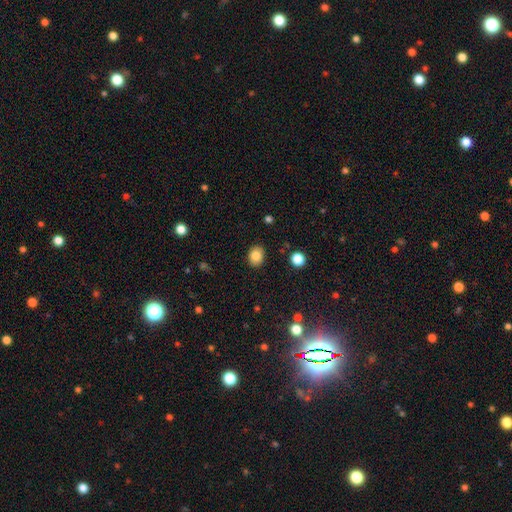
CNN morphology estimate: Q: Smooth or featured?
A: smooth (84%); runner-up: star or artifact (9%)
Q: How rounded?
A: round (50%); runner-up: in between (49%)
Q: Merging?
A: none (89%); runner-up: minor disturbance (8%)